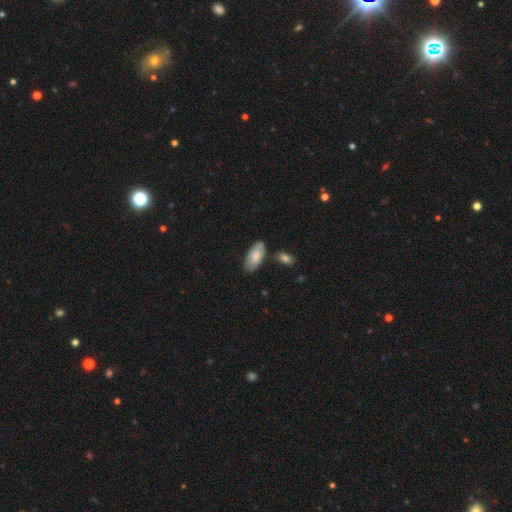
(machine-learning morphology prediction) The model was most divided on "merging": none: 67%, minor disturbance: 21%, merger: 8%, major disturbance: 4%. More confident: how rounded — in between (91%); smooth or featured — smooth (77%).